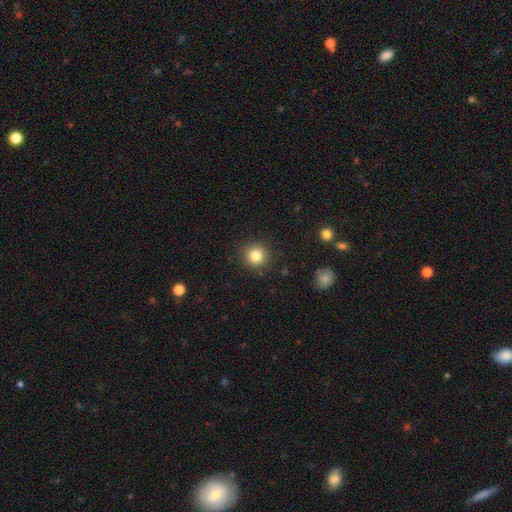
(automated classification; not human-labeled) A smooth galaxy with no disk features (83%) that is round (93%).

Vote fractions:
- Smooth or featured? smooth: 83% / star or artifact: 11% / featured or disk: 6%
- How rounded? round: 93% / in between: 6% / cigar-shaped: 1%
- Merging? none: 90% / minor disturbance: 7% / major disturbance: 2% / merger: 1%